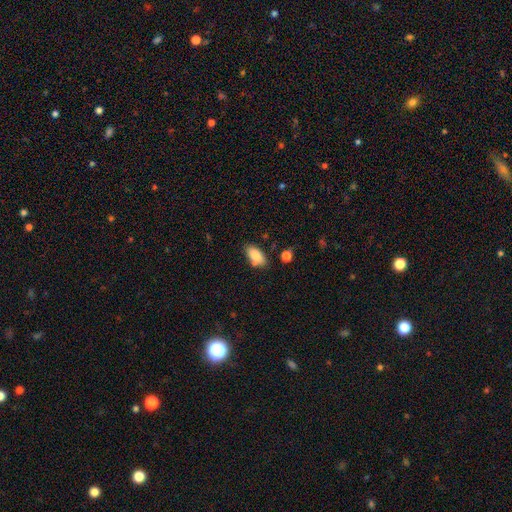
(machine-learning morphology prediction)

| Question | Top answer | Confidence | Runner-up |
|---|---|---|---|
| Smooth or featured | smooth | 84% | featured or disk (8%) |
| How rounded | in between | 92% | cigar-shaped (4%) |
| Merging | none | 74% | minor disturbance (17%) |